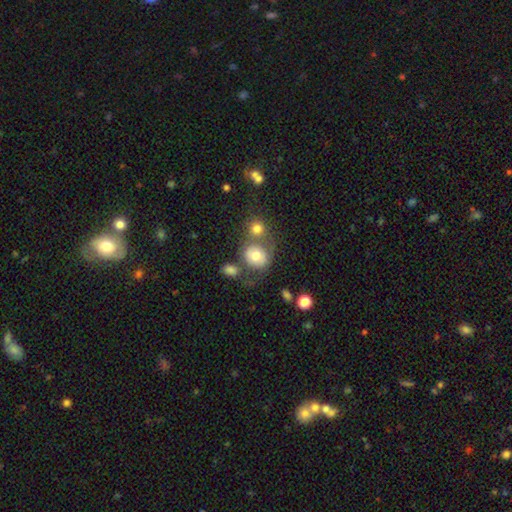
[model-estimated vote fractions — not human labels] smooth 71%, featured or disk 19%, star or artifact 10%. Down the decision tree: how rounded — round (70%); merging — none (45%).